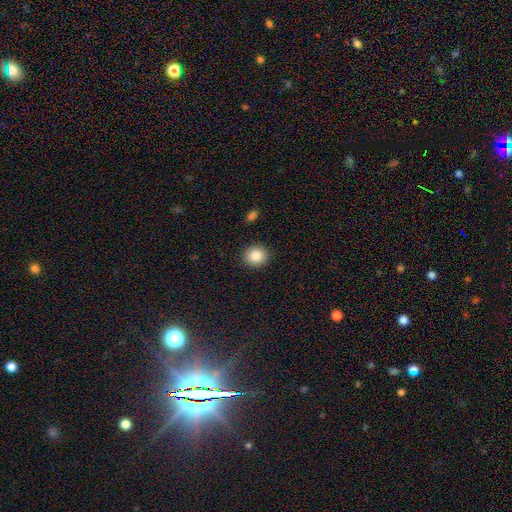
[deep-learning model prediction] A smooth galaxy with no disk features (85%) that is round (87%). Merging: none (91%).